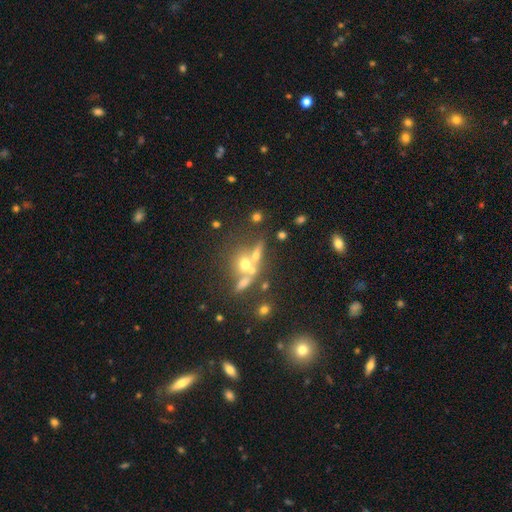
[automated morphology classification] A smooth galaxy with no disk features (48%).

Vote fractions:
- Smooth or featured? smooth: 48% / featured or disk: 32% / star or artifact: 20%
- Merging? merger: 45% / none: 38% / minor disturbance: 10% / major disturbance: 8%